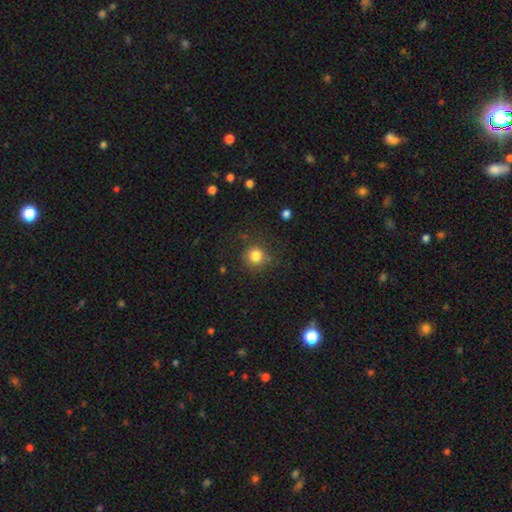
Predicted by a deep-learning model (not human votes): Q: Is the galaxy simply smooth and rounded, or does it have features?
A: smooth — 82%.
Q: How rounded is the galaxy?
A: round — 92%.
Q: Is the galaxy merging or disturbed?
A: none — 79%.